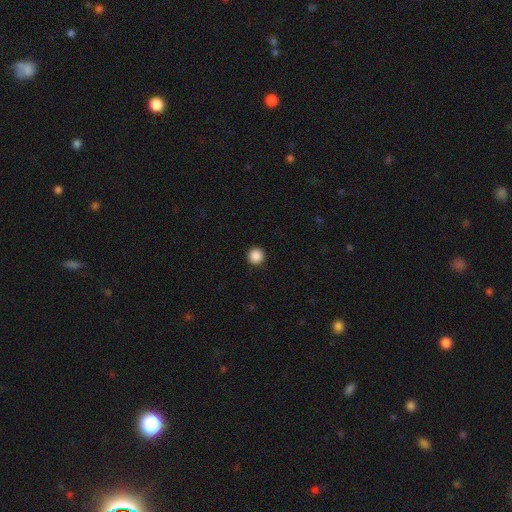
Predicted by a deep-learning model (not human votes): This is clearly a smooth galaxy (88%). How rounded: clearly round (97%). Merging: clearly none (93%).